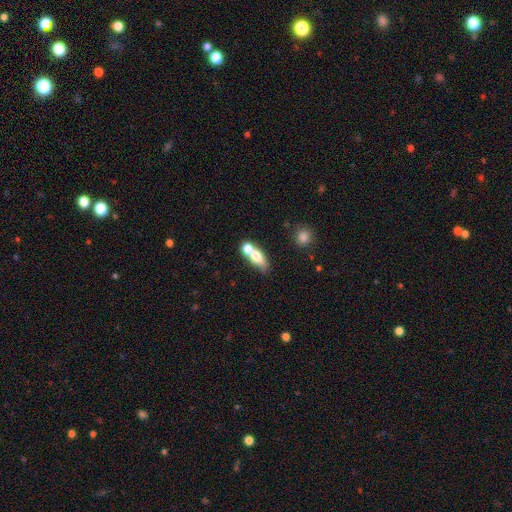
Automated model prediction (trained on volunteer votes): Morphology: type=smooth (66%); roundness=in between (65%); merging=merger (57%).